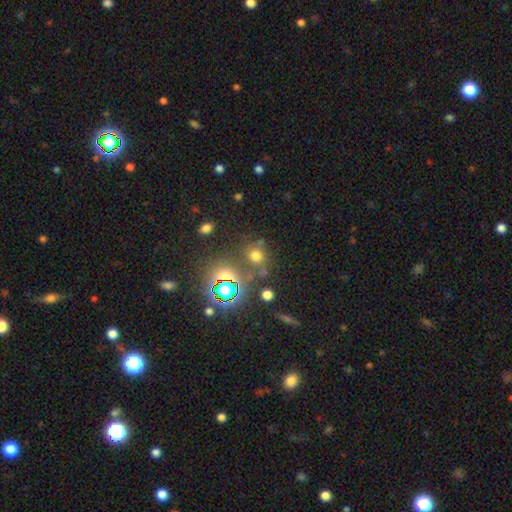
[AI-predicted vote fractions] Smooth or featured?
  - smooth: 61% *
  - star or artifact: 30%
  - featured or disk: 9%
How rounded?
  - round: 81% *
  - in between: 18%
  - cigar-shaped: 1%
Merging?
  - none: 67% *
  - merger: 14%
  - minor disturbance: 12%
  - major disturbance: 7%